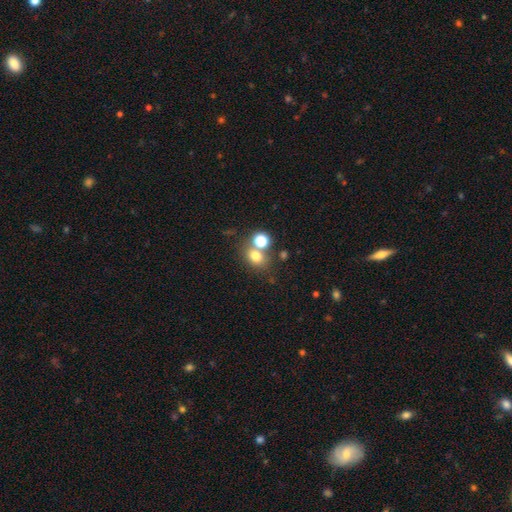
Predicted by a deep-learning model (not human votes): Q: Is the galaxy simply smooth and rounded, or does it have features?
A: smooth — 73%.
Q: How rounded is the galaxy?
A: round — 60%.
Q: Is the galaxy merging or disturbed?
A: none — 55%.